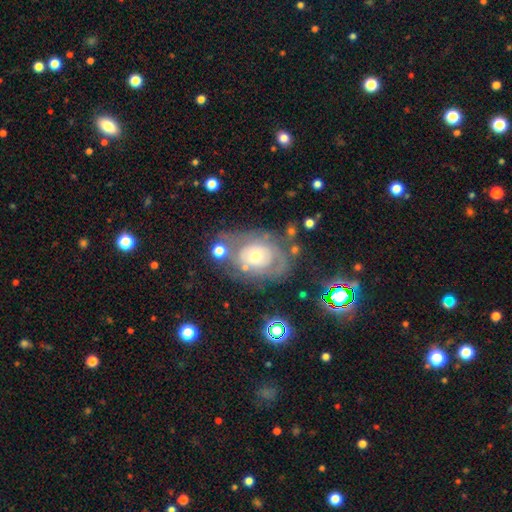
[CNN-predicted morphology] A featured or disk galaxy (68%) with no bar (86%), spiral arms (57%) and a moderate central bulge (48%). Merging: none (58%).